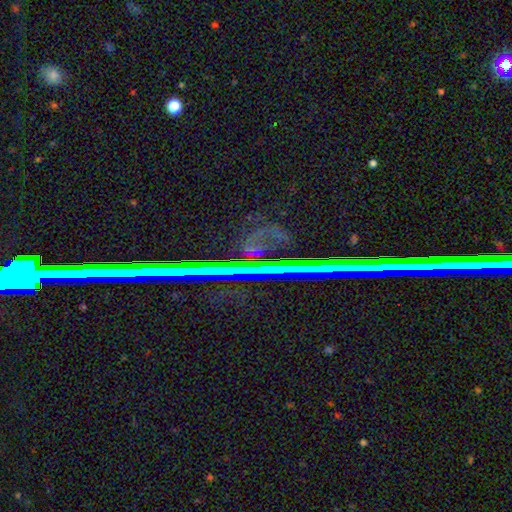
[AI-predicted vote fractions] A star or artifact, not a galaxy (64%).

Vote fractions:
- Smooth or featured? star or artifact: 64% / featured or disk: 23% / smooth: 13%